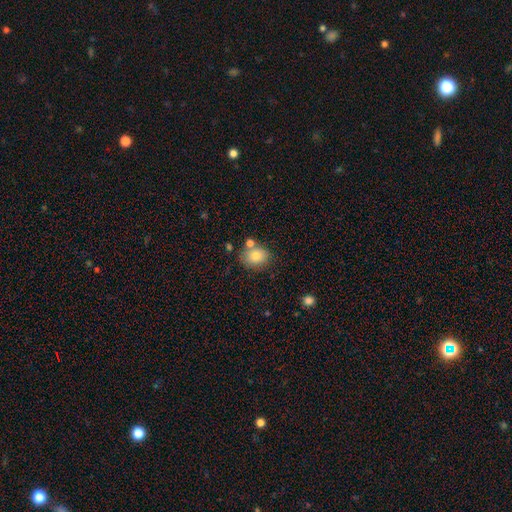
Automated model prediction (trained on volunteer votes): This is likely a smooth galaxy (79%). How rounded: possibly round (52%). Merging: likely none (70%).